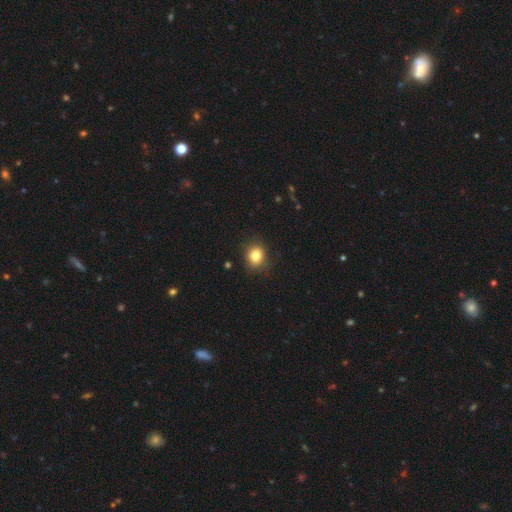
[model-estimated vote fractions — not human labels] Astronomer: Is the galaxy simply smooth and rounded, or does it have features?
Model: smooth — 82%.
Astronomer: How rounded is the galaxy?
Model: round — 69%.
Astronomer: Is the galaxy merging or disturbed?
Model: none — 84%.